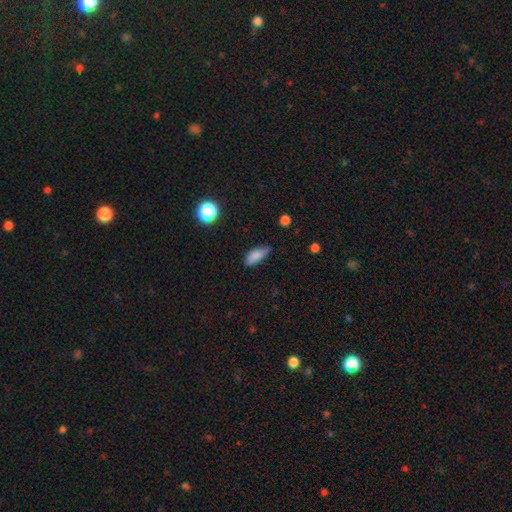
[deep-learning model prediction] Overall: smooth (83%). How rounded: in between (76%). Merging: none (66%; minor disturbance 27%).